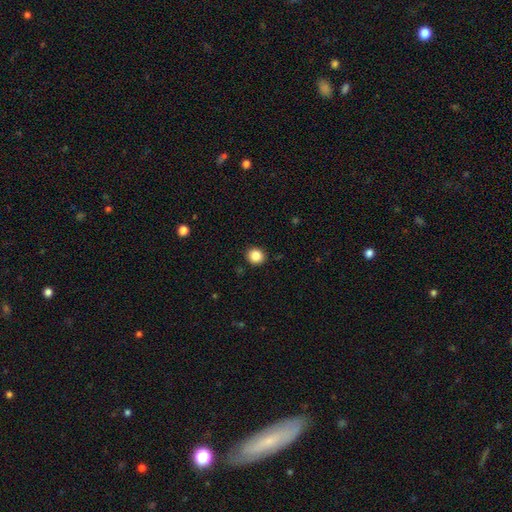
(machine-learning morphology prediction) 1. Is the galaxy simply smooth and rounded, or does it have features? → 86% smooth, 10% star or artifact, 4% featured or disk.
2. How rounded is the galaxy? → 85% round, 14% in between, 1% cigar-shaped.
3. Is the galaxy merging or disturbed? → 91% none, 6% minor disturbance, 2% major disturbance, 1% merger.